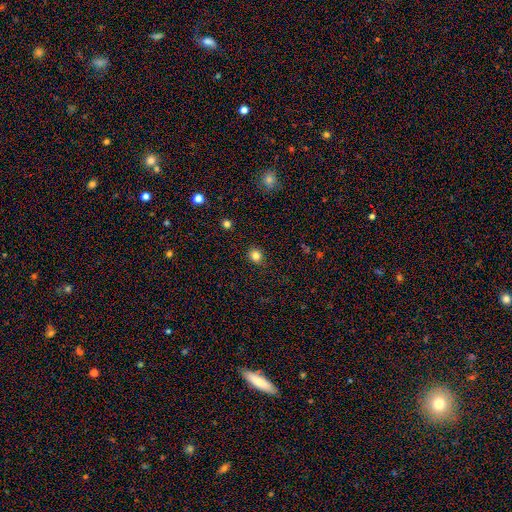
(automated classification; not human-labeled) A smooth galaxy with no disk features (83%) that is round (76%). Merging: none (88%).